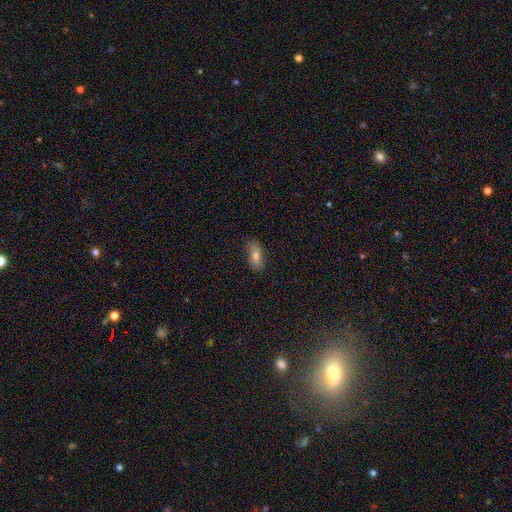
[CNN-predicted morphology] type=smooth (71%); roundness=in between (79%); merging=none (80%).